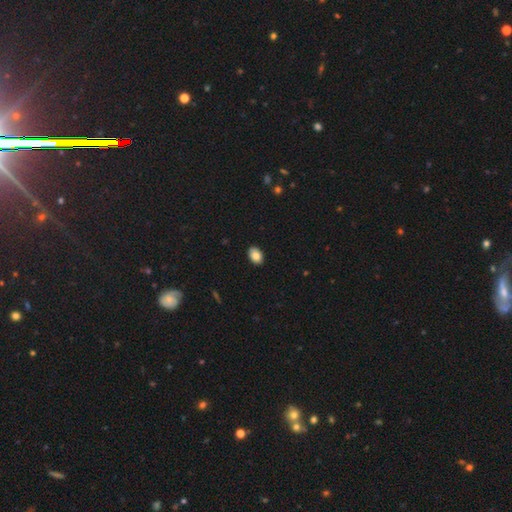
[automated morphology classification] The model was most divided on "how rounded": in between: 82%, round: 17%, cigar-shaped: 1%. More confident: merging — none (90%); smooth or featured — smooth (84%).